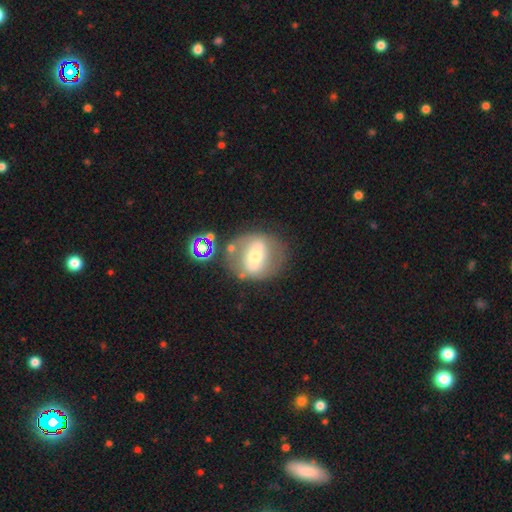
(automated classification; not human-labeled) Smooth or featured? featured or disk (56%)
Edge-on disk? no (92%)
Bar? strong (46%)
Spiral arms? no (60%)
Bulge size? moderate (58%)
Merging? none (64%)